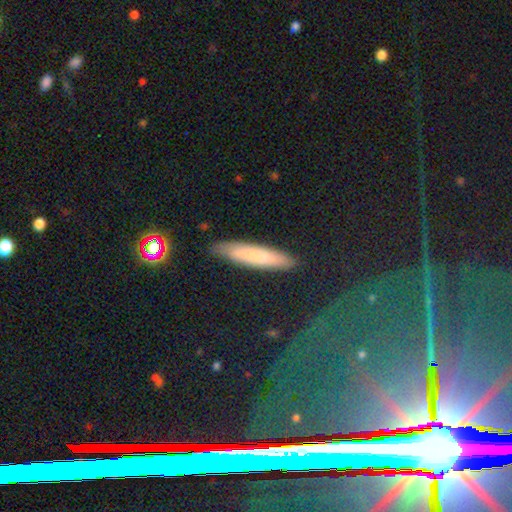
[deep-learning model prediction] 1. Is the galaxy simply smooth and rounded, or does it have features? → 72% smooth, 21% featured or disk, 7% star or artifact.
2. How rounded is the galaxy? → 88% cigar-shaped, 11% in between, 1% round.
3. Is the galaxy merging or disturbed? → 87% none, 10% minor disturbance, 2% major disturbance, 2% merger.